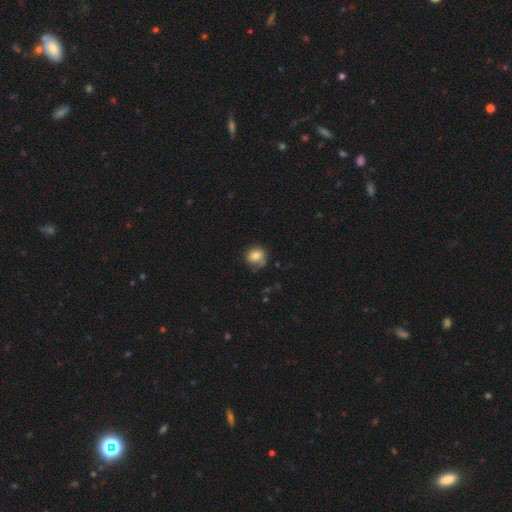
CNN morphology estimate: type=smooth (77%); roundness=round (74%); merging=none (61%).